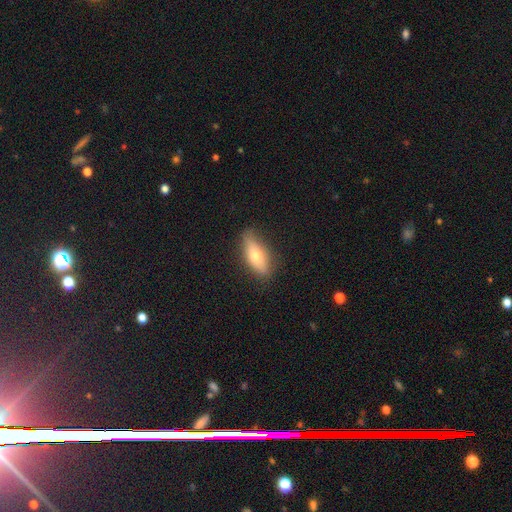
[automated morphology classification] This is likely a smooth galaxy (64%). How rounded: likely in between (68%). Merging: clearly none (81%).